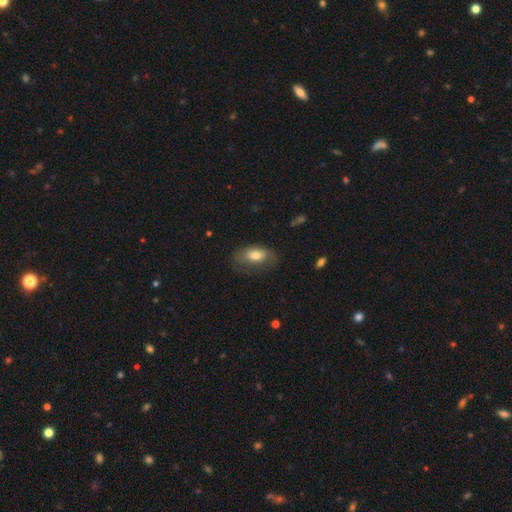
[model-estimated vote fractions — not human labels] This appears to be a smooth galaxy with no disk features (70%) that is in between round and cigar-shaped (89%). Merging: none (59%).